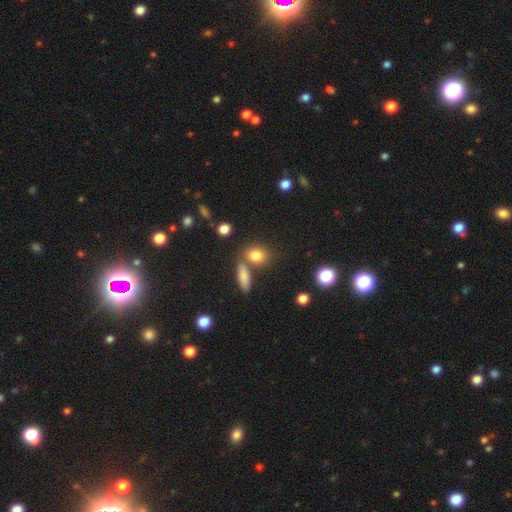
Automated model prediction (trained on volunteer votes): Overall: smooth (80%). How rounded: in between (58%; round 36%). Merging: none (64%).